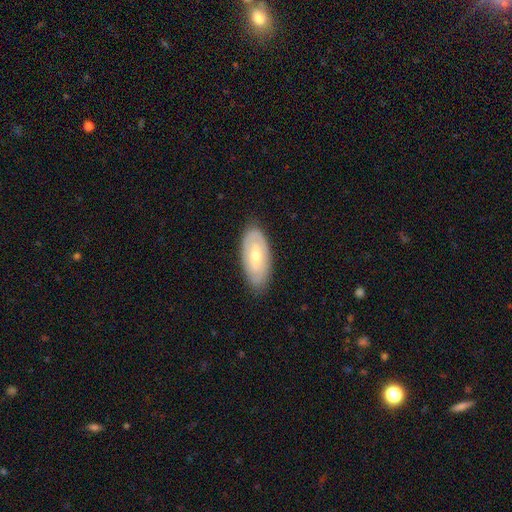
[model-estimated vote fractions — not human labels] Smooth or featured: featured or disk — 50% (smooth — 44%)
Edge-on disk: no — 87% (yes — 13%)
Merging: none — 82% (minor disturbance — 14%)